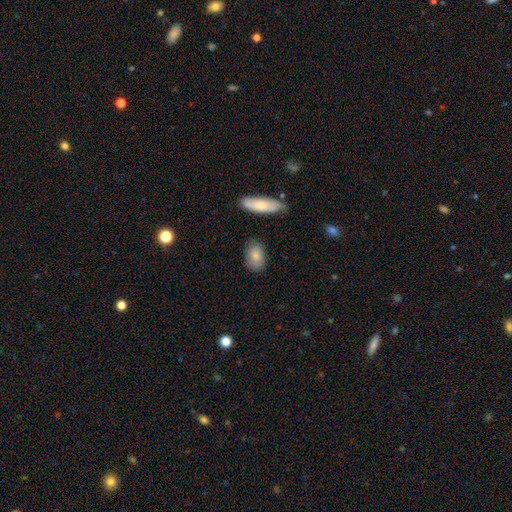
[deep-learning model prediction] smooth 84%, featured or disk 9%, star or artifact 7%. Down the decision tree: how rounded — in between (87%); merging — none (78%).